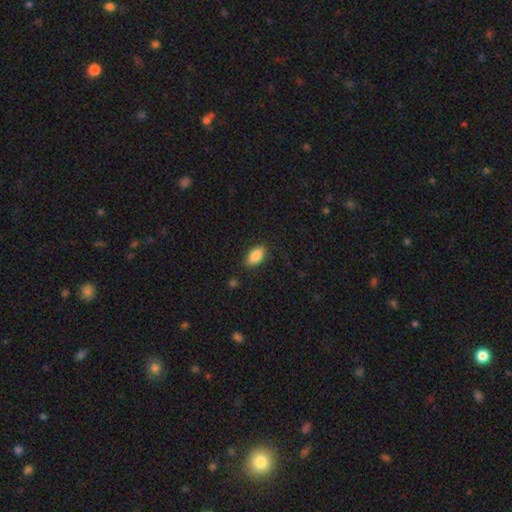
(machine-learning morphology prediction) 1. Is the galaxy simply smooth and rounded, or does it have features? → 87% smooth, 7% star or artifact, 6% featured or disk.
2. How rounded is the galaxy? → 92% in between, 4% cigar-shaped, 4% round.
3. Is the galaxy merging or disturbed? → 86% none, 10% minor disturbance, 2% major disturbance, 1% merger.